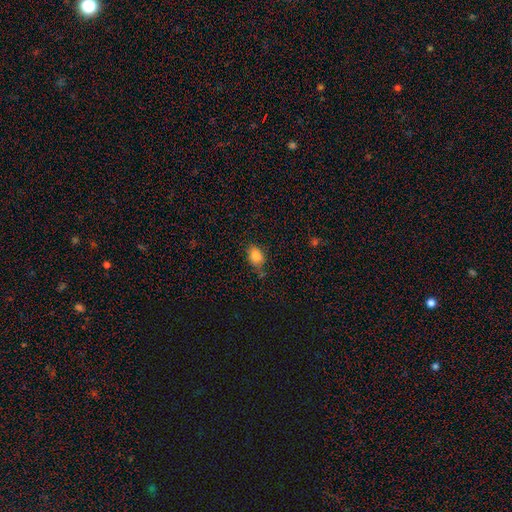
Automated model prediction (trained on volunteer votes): Q: Smooth or featured?
A: smooth (85%); runner-up: star or artifact (9%)
Q: How rounded?
A: in between (74%); runner-up: round (24%)
Q: Merging?
A: none (67%); runner-up: minor disturbance (23%)